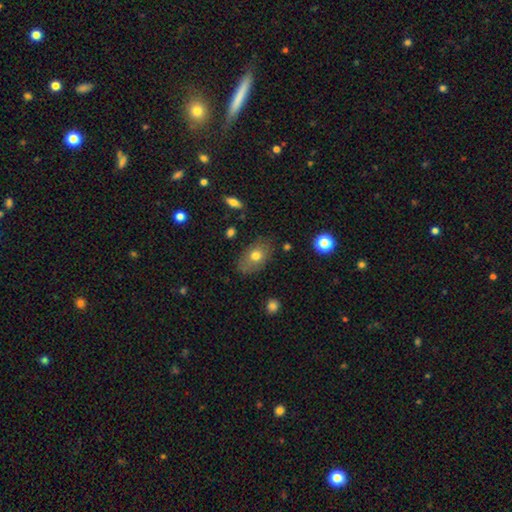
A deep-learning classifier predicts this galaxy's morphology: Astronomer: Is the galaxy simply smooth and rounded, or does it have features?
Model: smooth — 70%.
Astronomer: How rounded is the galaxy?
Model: in between — 86%.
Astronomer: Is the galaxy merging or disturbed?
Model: none — 75%.